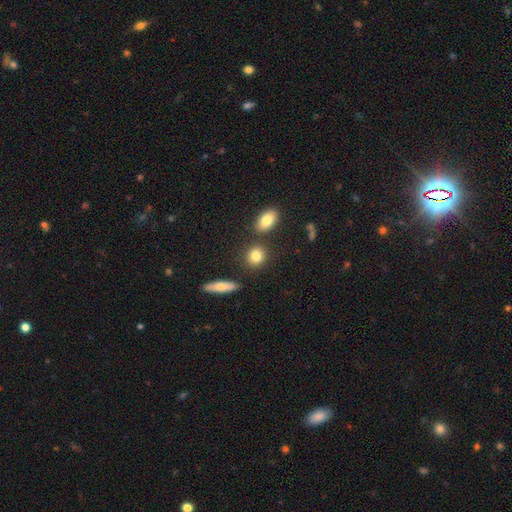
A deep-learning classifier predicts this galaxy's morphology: The model was most divided on "how rounded": round: 66%, in between: 30%, cigar-shaped: 3%. More confident: smooth or featured — smooth (83%); merging — none (79%).